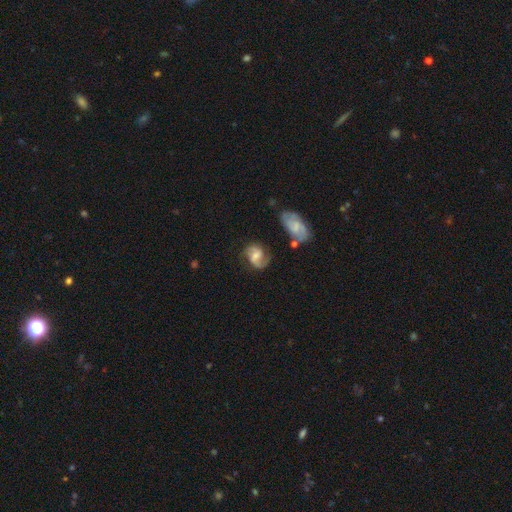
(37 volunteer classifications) Smooth or featured: featured or disk — 86% (smooth — 14%)
Edge-on disk: no — 97% (yes — 3%)
Bar: weak — 58% (strong — 26%)
Spiral arms: yes — 94% (no — 6%)
Spiral winding: medium — 45% (loose — 41%)
Spiral arm count: 2 — 90% (1 — 3%)
Bulge size: small — 32% (moderate — 29%)
Merging: none — 70% (minor disturbance — 16%)